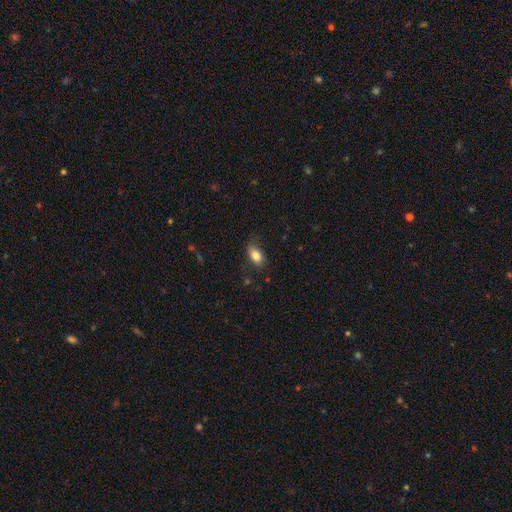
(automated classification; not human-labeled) smooth 82%, featured or disk 10%, star or artifact 8%. Down the decision tree: how rounded — in between (88%); merging — none (76%).